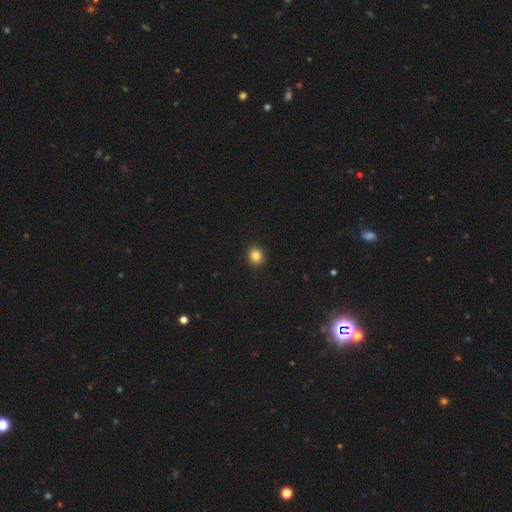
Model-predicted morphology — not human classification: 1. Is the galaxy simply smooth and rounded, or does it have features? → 84% smooth, 11% star or artifact, 4% featured or disk.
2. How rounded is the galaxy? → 87% round, 13% in between, 1% cigar-shaped.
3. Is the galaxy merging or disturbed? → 93% none, 5% minor disturbance, 2% major disturbance, 1% merger.